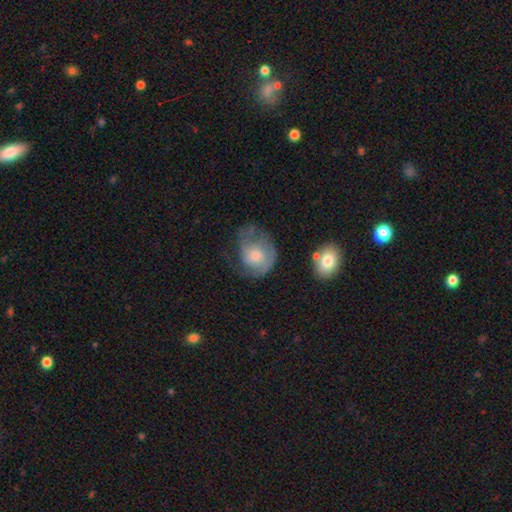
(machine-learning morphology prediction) Smooth or featured?
  - smooth: 49% *
  - featured or disk: 43%
  - star or artifact: 7%
Merging?
  - major disturbance: 37% *
  - none: 31%
  - minor disturbance: 28%
  - merger: 3%